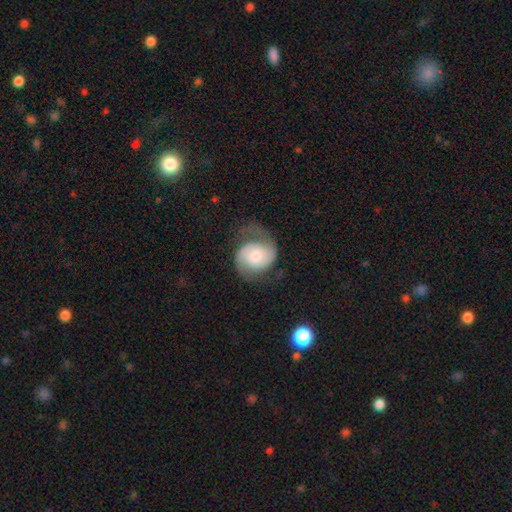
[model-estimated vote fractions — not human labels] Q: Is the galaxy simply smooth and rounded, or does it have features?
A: featured or disk — 77%.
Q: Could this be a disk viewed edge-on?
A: no — 98%.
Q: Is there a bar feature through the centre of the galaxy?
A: no — 63%.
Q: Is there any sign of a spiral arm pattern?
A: yes — 95%.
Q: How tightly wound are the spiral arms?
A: medium — 46%.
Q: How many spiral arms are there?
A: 2 — 89%.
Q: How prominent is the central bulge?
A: moderate — 49%.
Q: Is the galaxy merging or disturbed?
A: none — 60%.